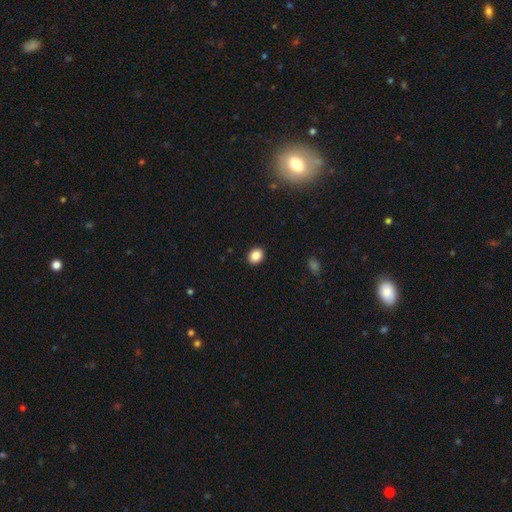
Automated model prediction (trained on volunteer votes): smooth-or-featured: smooth: 87% | star or artifact: 9% | featured or disk: 4%
  how-rounded: round: 52% | in between: 48% | cigar-shaped: 1%
  merging: none: 91% | minor disturbance: 6% | major disturbance: 2% | merger: 1%